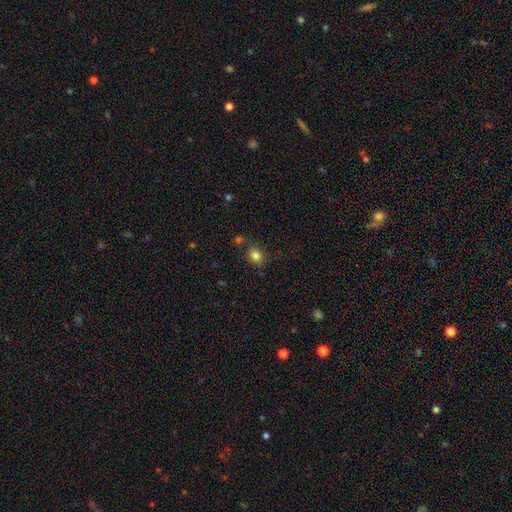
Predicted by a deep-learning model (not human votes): Q: Smooth or featured?
A: smooth (82%); runner-up: star or artifact (12%)
Q: How rounded?
A: round (75%); runner-up: in between (24%)
Q: Merging?
A: none (71%); runner-up: minor disturbance (13%)